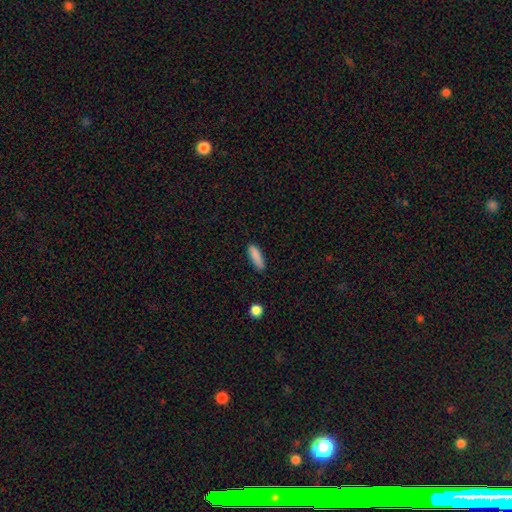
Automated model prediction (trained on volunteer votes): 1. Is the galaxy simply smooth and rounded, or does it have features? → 87% smooth, 7% star or artifact, 6% featured or disk.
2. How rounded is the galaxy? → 55% cigar-shaped, 43% in between, 2% round.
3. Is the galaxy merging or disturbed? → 81% none, 15% minor disturbance, 3% major disturbance, 2% merger.